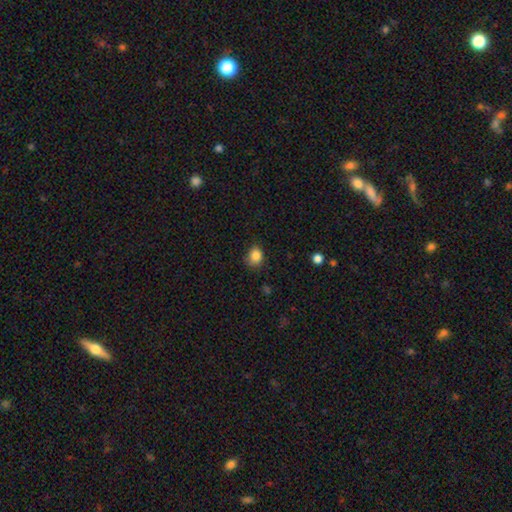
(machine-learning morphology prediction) Overall: smooth (85%). How rounded: round (61%; in between 38%). Merging: none (73%).